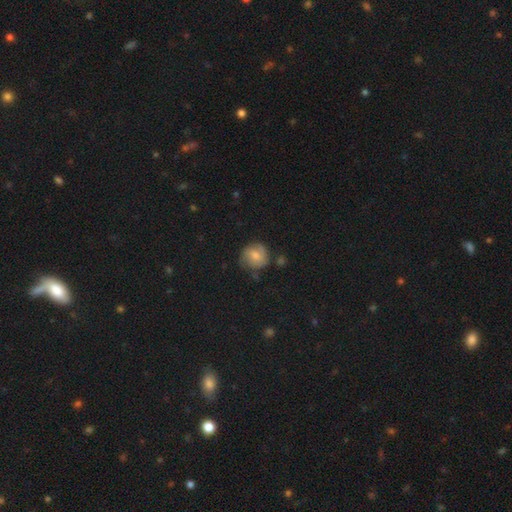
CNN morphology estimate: Smooth or featured?
  - smooth: 65% *
  - featured or disk: 27%
  - star or artifact: 8%
How rounded?
  - round: 83% *
  - in between: 16%
  - cigar-shaped: 1%
Merging?
  - none: 64% *
  - minor disturbance: 25%
  - major disturbance: 8%
  - merger: 4%